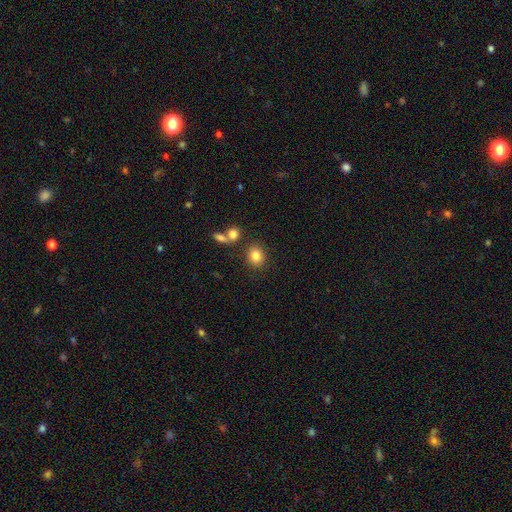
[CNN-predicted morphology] smooth-or-featured: smooth: 83% | star or artifact: 10% | featured or disk: 7%
  how-rounded: round: 68% | in between: 31% | cigar-shaped: 1%
  merging: none: 78% | minor disturbance: 9% | merger: 9% | major disturbance: 4%